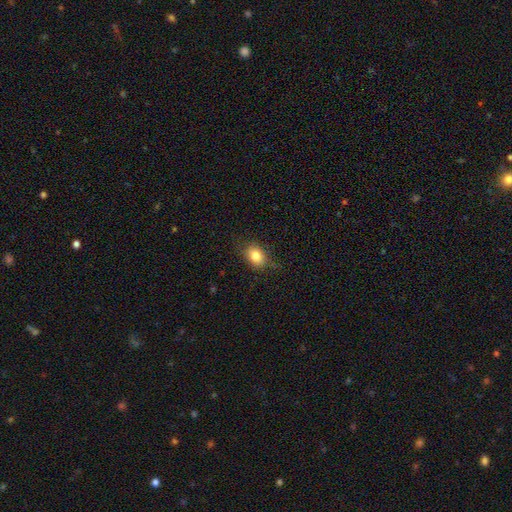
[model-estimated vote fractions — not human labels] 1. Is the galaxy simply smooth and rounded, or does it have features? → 81% smooth, 10% star or artifact, 9% featured or disk.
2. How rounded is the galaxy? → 66% in between, 32% round, 2% cigar-shaped.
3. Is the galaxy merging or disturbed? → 74% none, 20% minor disturbance, 5% major disturbance, 1% merger.